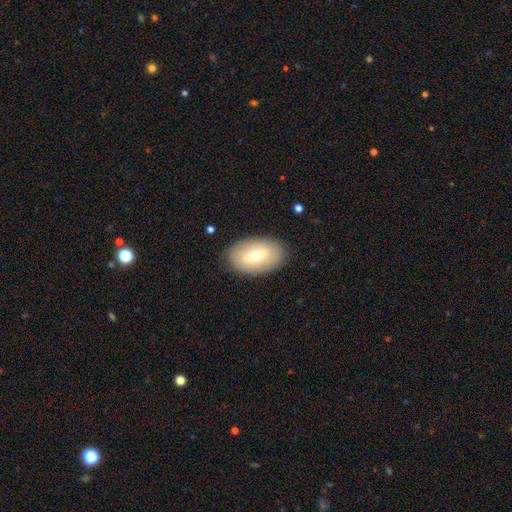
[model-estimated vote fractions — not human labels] smooth_or_featured: smooth (p=0.59) [alt: featured or disk p=0.34]
how_rounded: in between (p=0.90) [alt: round p=0.08]
merging: none (p=0.86) [alt: minor disturbance p=0.10]